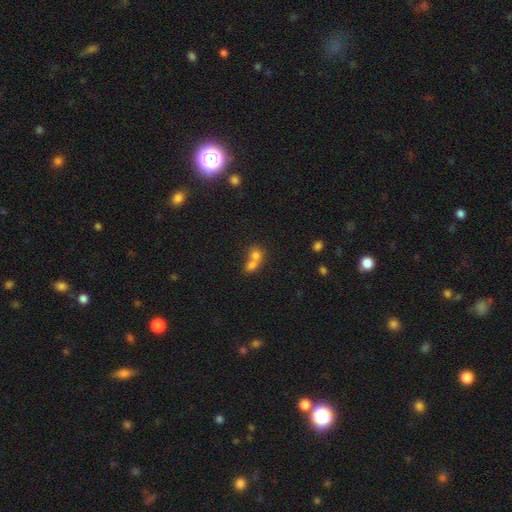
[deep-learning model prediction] smooth 73%, featured or disk 15%, star or artifact 12%. Down the decision tree: how rounded — round (59%); merging — merger (72%).